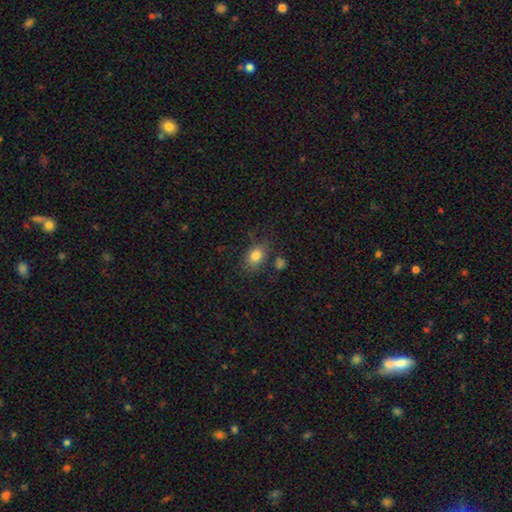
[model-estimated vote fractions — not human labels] A smooth galaxy with no disk features (82%) that is in between round and cigar-shaped (77%). Merging: none (72%).